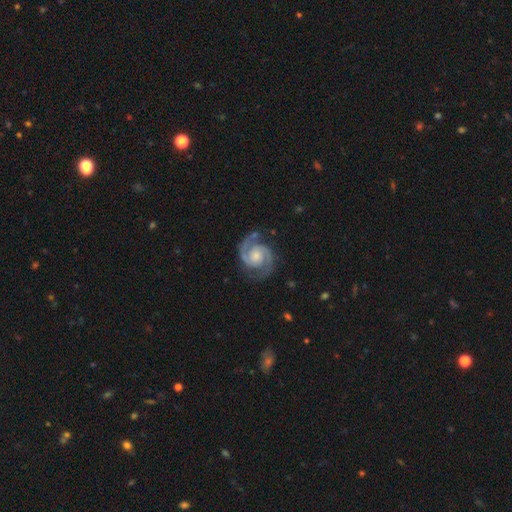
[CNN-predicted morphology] smooth-or-featured: featured or disk: 93% | star or artifact: 4% | smooth: 3%
  disk-edge-on: no: 98% | yes: 2%
    bar: no: 64% | weak: 28% | strong: 7%
    has-spiral-arms: yes: 99% | no: 1%
      spiral-winding: medium: 49% | tight: 44% | loose: 7%
      spiral-arm-count: 2: 94% | 3: 2% | can't tell: 1% | 1: 1% | 4: 1% | more than 4: 1%
    bulge-size: moderate: 43% | small: 36% | none: 12% | large: 8% | dominant: 2%
  merging: none: 79% | minor disturbance: 15% | major disturbance: 5% | merger: 2%